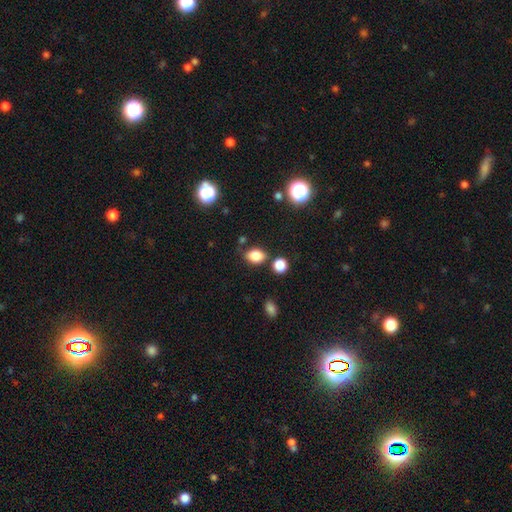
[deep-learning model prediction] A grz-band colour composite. It shows a smooth galaxy with no disk features (84%) that is in between round and cigar-shaped (74%). Merging: none (72%).